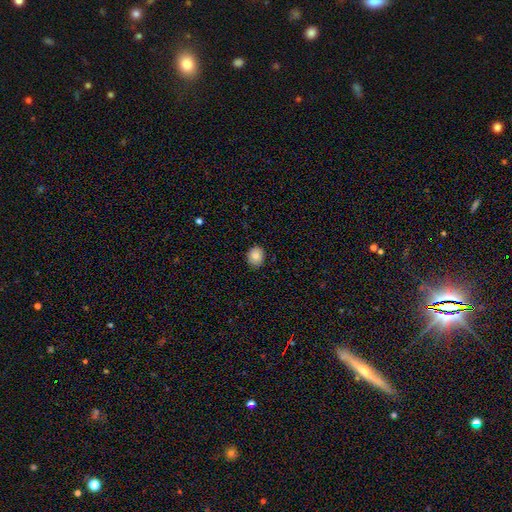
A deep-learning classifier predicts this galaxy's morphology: smooth_or_featured: smooth (p=0.85) [alt: star or artifact p=0.09]
how_rounded: round (p=0.72) [alt: in between p=0.27]
merging: none (p=0.87) [alt: minor disturbance p=0.10]